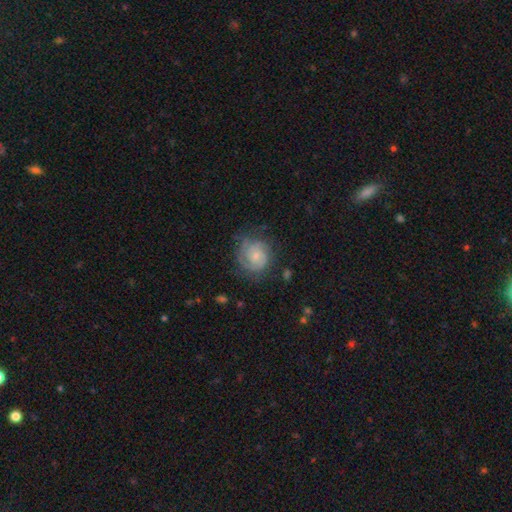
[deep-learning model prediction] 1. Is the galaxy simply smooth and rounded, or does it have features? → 74% featured or disk, 19% smooth, 7% star or artifact.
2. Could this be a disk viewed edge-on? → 98% no, 2% yes.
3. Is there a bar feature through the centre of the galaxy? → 71% no, 26% weak, 3% strong.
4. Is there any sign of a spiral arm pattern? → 93% yes, 7% no.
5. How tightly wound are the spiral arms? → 62% tight, 30% medium, 8% loose.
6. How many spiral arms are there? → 40% 2, 27% can't tell, 19% 3, 6% 1, 5% 4, 4% more than 4.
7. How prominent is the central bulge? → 66% small, 23% moderate, 8% none, 2% large, 1% dominant.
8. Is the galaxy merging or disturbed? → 67% none, 20% minor disturbance, 11% major disturbance, 1% merger.